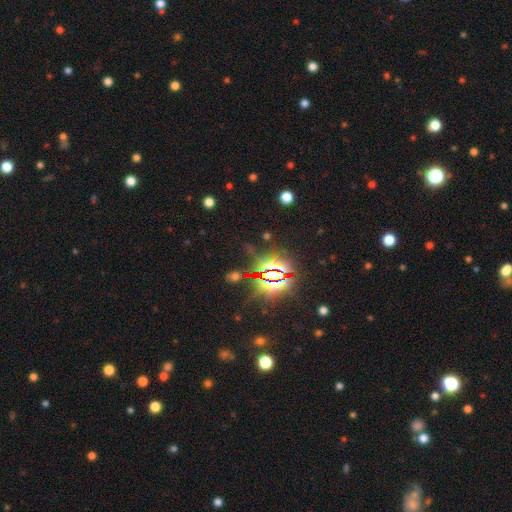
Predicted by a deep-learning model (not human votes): smooth-or-featured: star or artifact: 85% | smooth: 8% | featured or disk: 7%